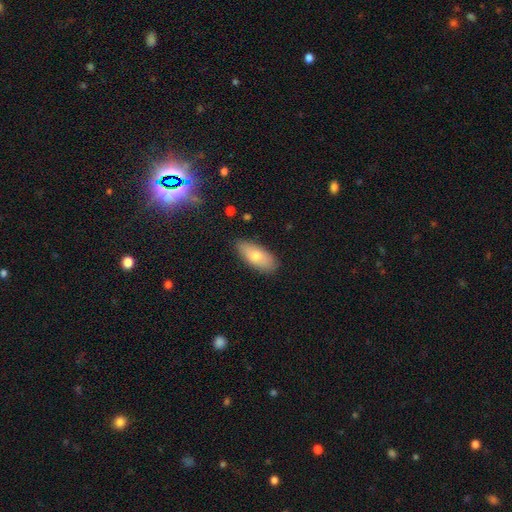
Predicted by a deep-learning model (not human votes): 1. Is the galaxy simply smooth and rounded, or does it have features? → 73% smooth, 19% featured or disk, 8% star or artifact.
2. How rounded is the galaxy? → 82% in between, 15% cigar-shaped, 3% round.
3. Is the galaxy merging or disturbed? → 83% none, 13% minor disturbance, 2% major disturbance, 1% merger.